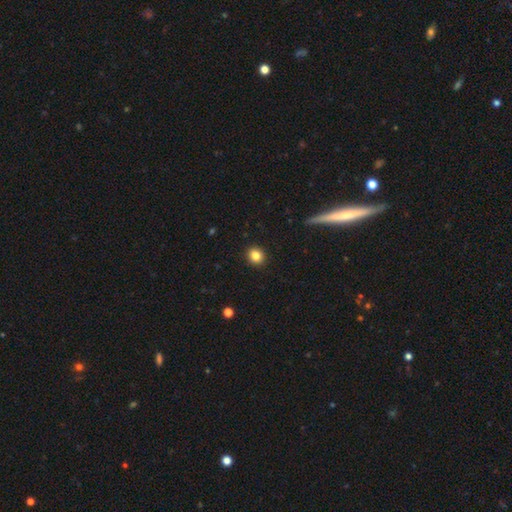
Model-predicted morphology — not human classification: This appears to be a smooth galaxy with no disk features (84%) that is round (80%). Merging: none (92%).